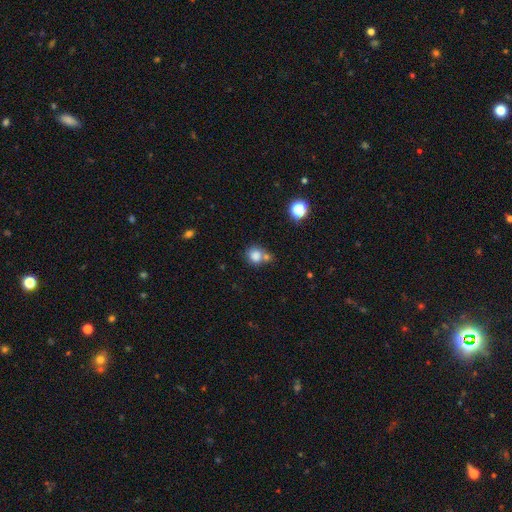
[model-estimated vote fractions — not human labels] The model was most divided on "merging": none: 46%, merger: 38%, minor disturbance: 11%, major disturbance: 5%. More confident: smooth or featured — smooth (80%); how rounded — round (77%).